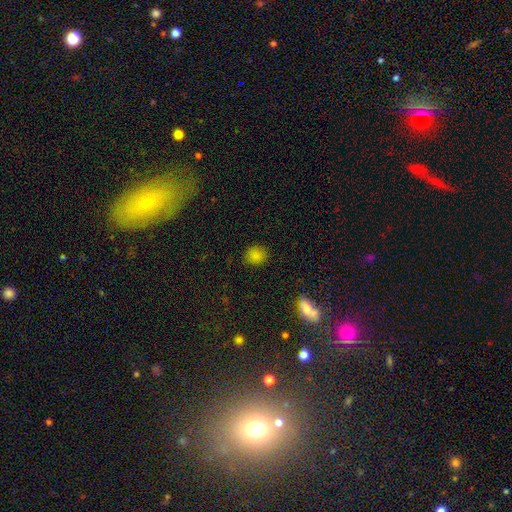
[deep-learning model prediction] Smooth or featured: smooth — 82% (star or artifact — 13%)
How rounded: round — 80% (in between — 19%)
Merging: none — 87% (minor disturbance — 9%)